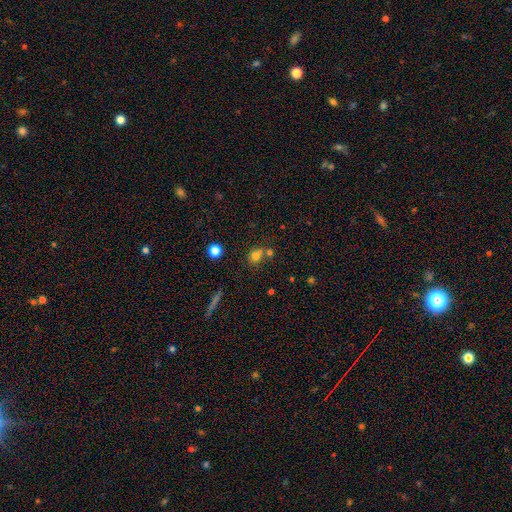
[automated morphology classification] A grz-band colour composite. It shows a smooth galaxy with no disk features (72%) that is round (74%). Merging: none (45%).